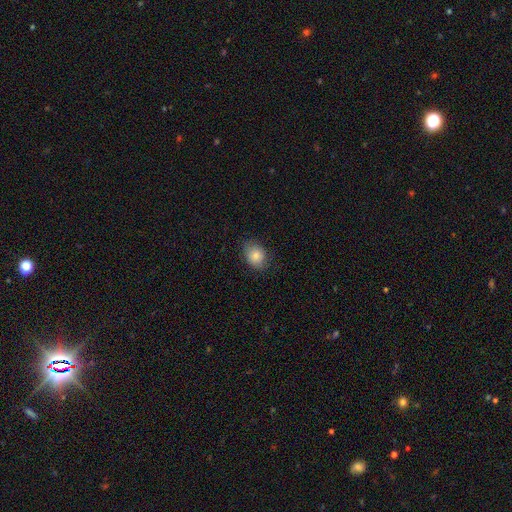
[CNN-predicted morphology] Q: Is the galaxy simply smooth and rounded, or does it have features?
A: smooth — 82%.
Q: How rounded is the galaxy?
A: in between — 55%.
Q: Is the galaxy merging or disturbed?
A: none — 77%.